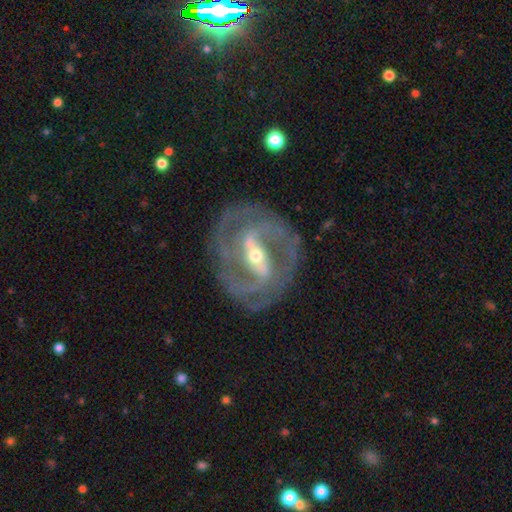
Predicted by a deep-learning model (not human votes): A featured or disk galaxy (89%) with a strong bar (66%), 2 (64%) tight (48%) spiral arms (93%) and a small central bulge (51%). Merging: none (78%).